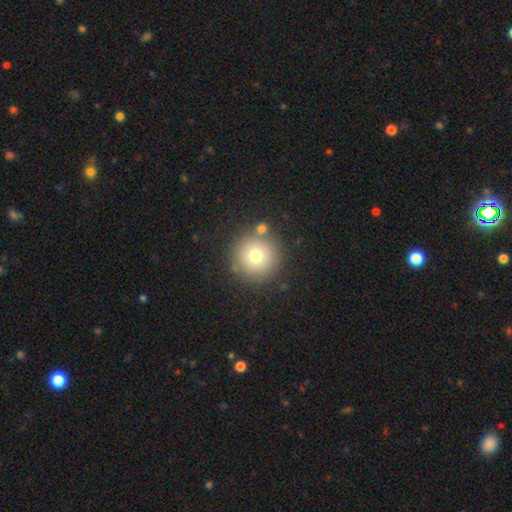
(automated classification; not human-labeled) The model was most divided on "smooth or featured": smooth: 73%, featured or disk: 14%, star or artifact: 12%. More confident: how rounded — round (96%); merging — none (80%).